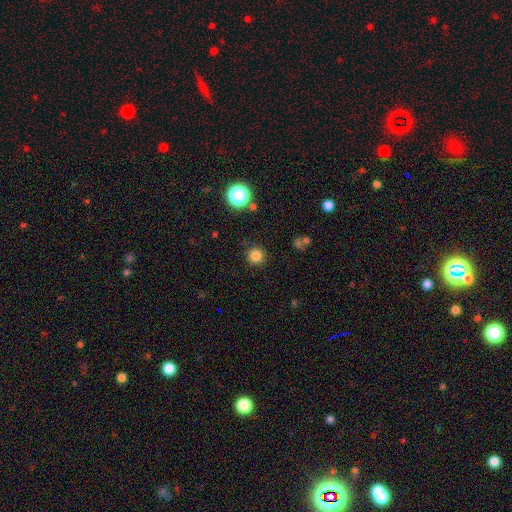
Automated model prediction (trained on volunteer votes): smooth 82%, star or artifact 14%, featured or disk 4%. Down the decision tree: how rounded — round (95%); merging — none (90%).